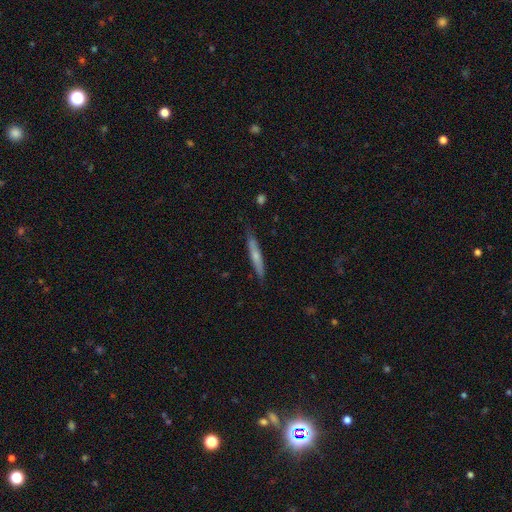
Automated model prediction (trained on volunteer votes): smooth_or_featured: smooth (p=0.55) [alt: featured or disk p=0.39]
how_rounded: cigar-shaped (p=0.94) [alt: in between p=0.05]
merging: none (p=0.81) [alt: minor disturbance p=0.15]